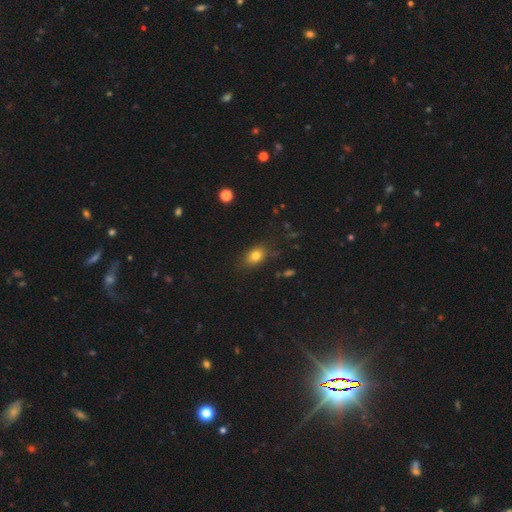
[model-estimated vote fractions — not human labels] This appears to be a smooth galaxy with no disk features (79%) that is in between round and cigar-shaped (71%). Merging: none (79%).